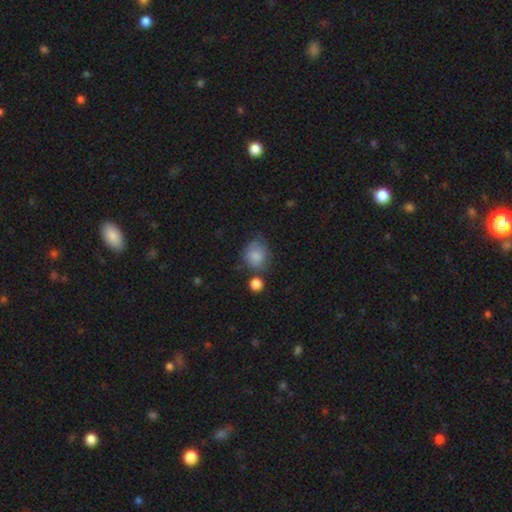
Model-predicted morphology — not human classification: Smooth or featured: smooth — 82% (star or artifact — 9%)
How rounded: round — 68% (in between — 31%)
Merging: none — 53% (minor disturbance — 27%)